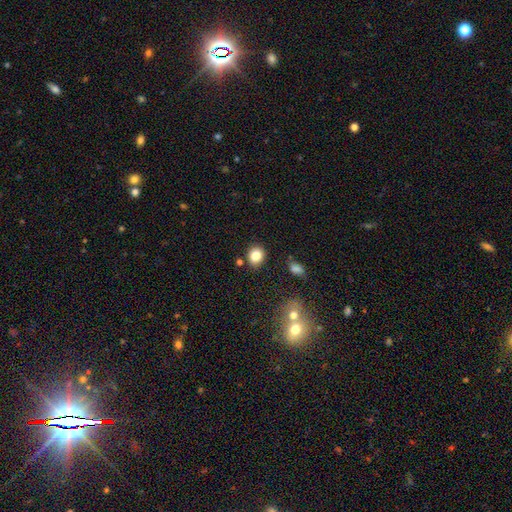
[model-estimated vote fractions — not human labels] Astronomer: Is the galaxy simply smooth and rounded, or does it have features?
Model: smooth — 83%.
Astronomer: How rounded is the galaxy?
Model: round — 63%.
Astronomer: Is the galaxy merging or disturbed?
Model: none — 82%.